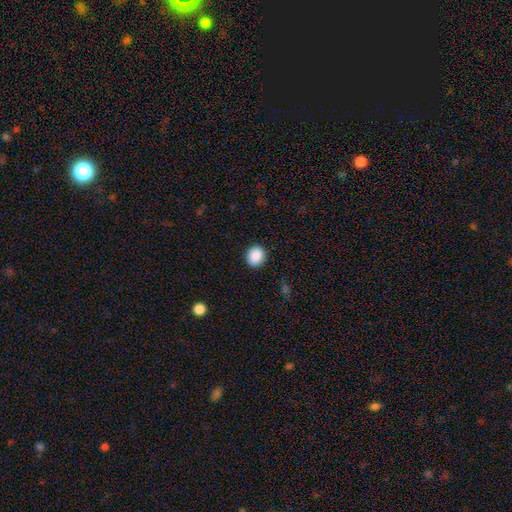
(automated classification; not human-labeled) smooth_or_featured: smooth (p=0.89) [alt: star or artifact p=0.08]
how_rounded: round (p=0.73) [alt: in between p=0.26]
merging: none (p=0.90) [alt: minor disturbance p=0.07]